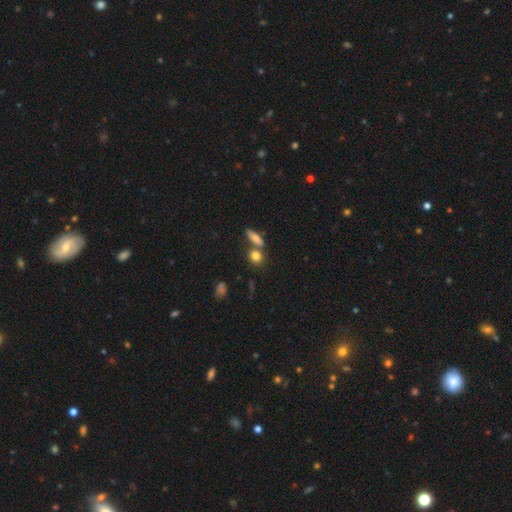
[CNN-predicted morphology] smooth_or_featured: smooth (p=0.80) [alt: star or artifact p=0.10]
how_rounded: round (p=0.52) [alt: in between p=0.37]
merging: none (p=0.60) [alt: merger p=0.26]